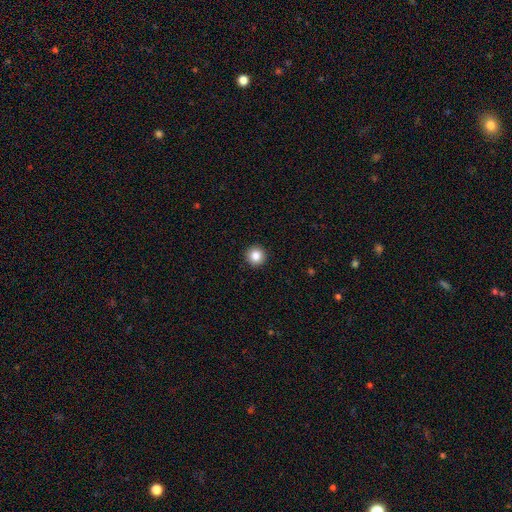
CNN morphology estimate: Overall: smooth (85%). How rounded: round (96%). Merging: none (94%).